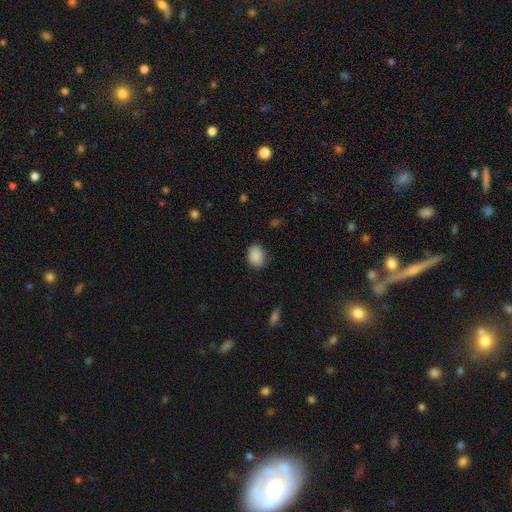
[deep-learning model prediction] Smooth or featured? smooth (89%)
How rounded? in between (70%)
Merging? none (82%)